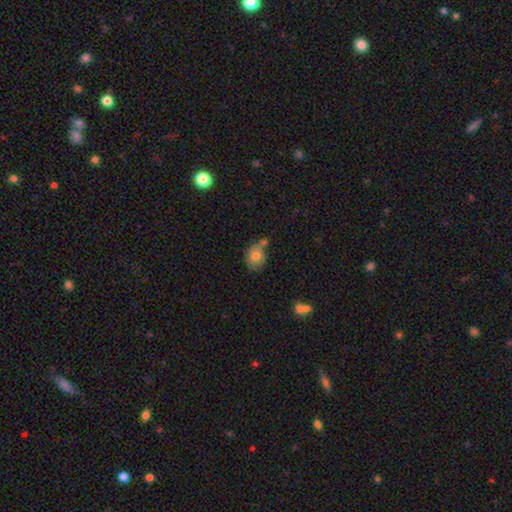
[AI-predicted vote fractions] The model was most divided on "how rounded": round: 58%, in between: 41%, cigar-shaped: 1%. Remaining: smooth or featured — smooth (78%); merging — none (49%).